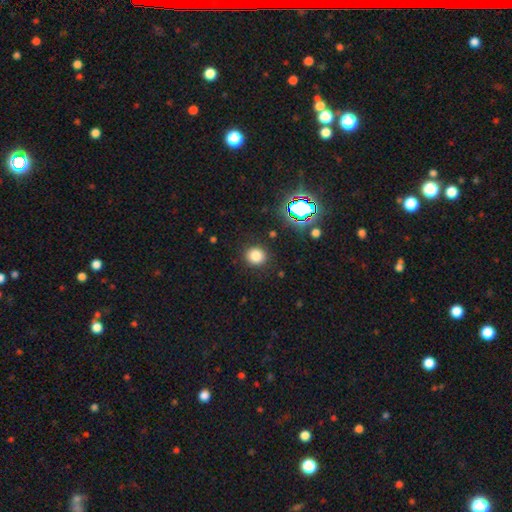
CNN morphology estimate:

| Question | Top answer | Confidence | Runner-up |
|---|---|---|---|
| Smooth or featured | smooth | 79% | star or artifact (16%) |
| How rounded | round | 85% | in between (14%) |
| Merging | none | 88% | minor disturbance (7%) |